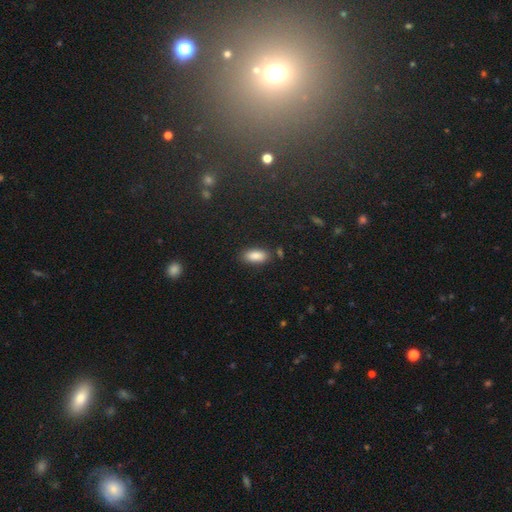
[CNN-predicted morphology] A smooth galaxy with no disk features (87%) that is in between round and cigar-shaped (88%). Merging: none (83%).